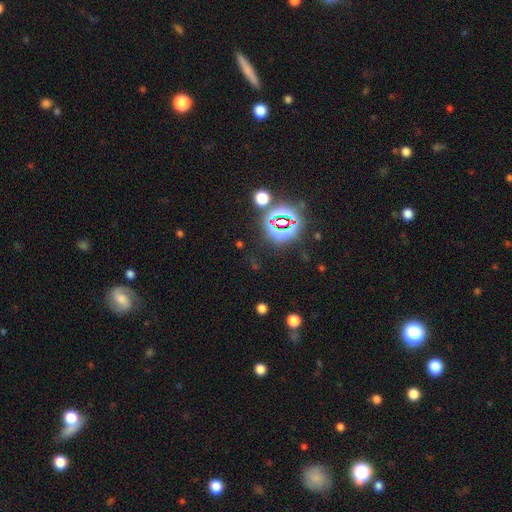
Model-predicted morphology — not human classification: This is likely a star or artifact rather than a galaxy (78%).